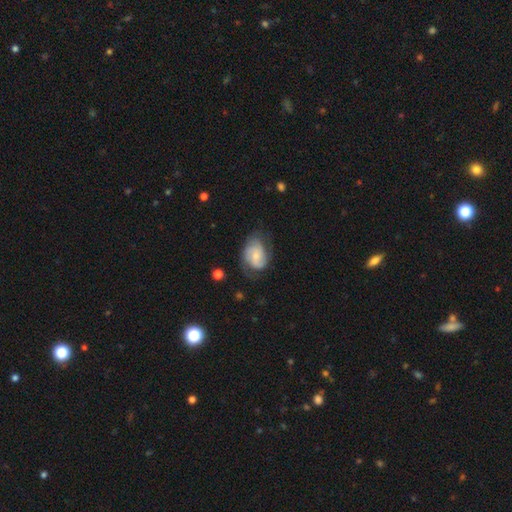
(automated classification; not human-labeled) Overall: featured or disk (54%; smooth 39%). Edge-on disk: no (97%). Bar: no (65%; weak 30%). Spiral arms: yes (85%). Bulge size: small (58%; moderate 32%). Merging: none (55%; minor disturbance 29%).